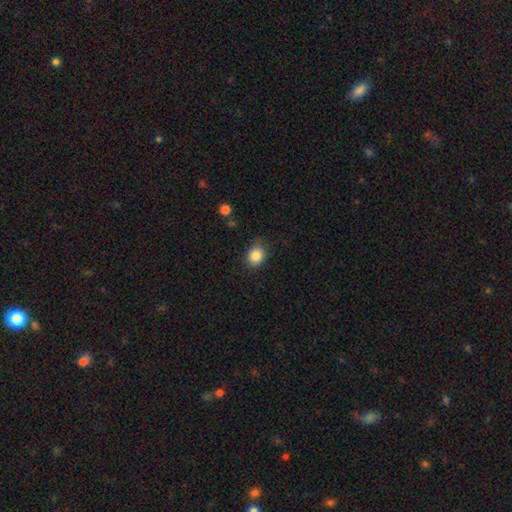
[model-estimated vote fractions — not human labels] The model was most divided on "how rounded": round: 61%, in between: 38%, cigar-shaped: 1%. More confident: smooth or featured — smooth (86%); merging — none (81%).